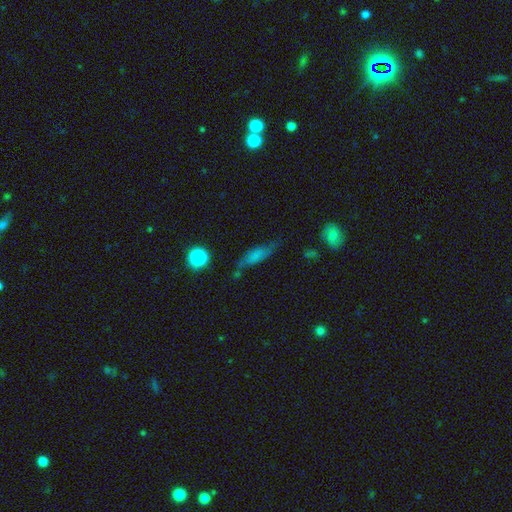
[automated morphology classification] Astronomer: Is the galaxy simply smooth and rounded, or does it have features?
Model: smooth — 57%.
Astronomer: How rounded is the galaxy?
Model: cigar-shaped — 53% (runner-up: in between, 42%).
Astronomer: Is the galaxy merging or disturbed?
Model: none — 58%.